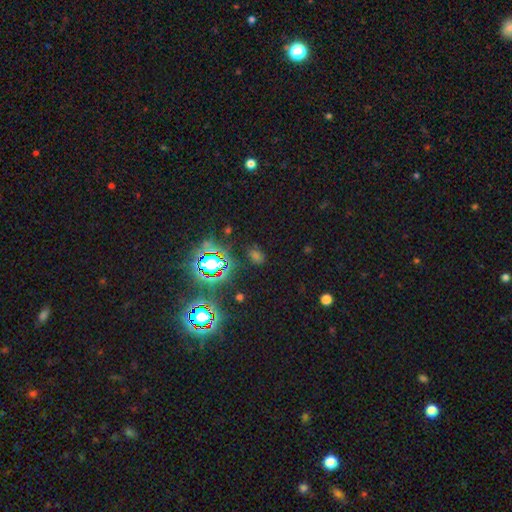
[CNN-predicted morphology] Overall: star or artifact (54%; smooth 37%).